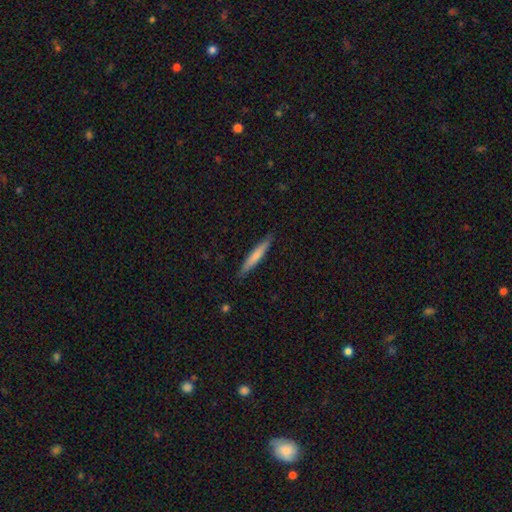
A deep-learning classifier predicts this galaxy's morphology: type=smooth (70%); roundness=cigar-shaped (94%); merging=none (88%).